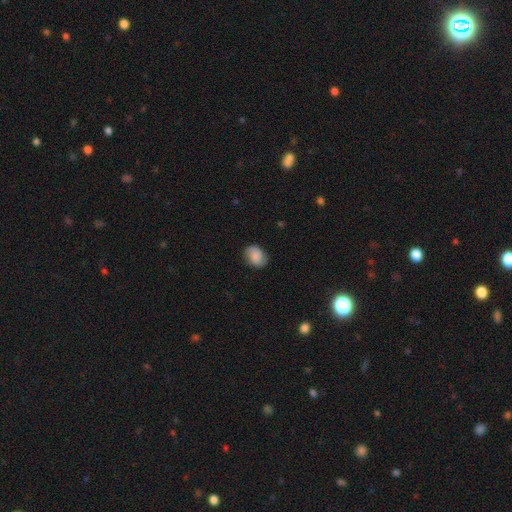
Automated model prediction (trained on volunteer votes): A smooth galaxy with no disk features (62%) that is in between round and cigar-shaped (56%).

Vote fractions:
- Smooth or featured? smooth: 62% / featured or disk: 28% / star or artifact: 9%
- How rounded? in between: 56% / round: 43% / cigar-shaped: 1%
- Merging? none: 80% / minor disturbance: 15% / major disturbance: 4% / merger: 1%